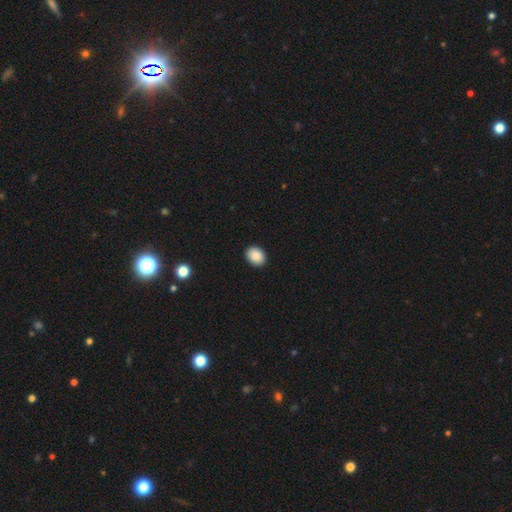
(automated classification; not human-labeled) A smooth galaxy with no disk features (89%) that is in between round and cigar-shaped (63%).

Vote fractions:
- Smooth or featured? smooth: 89% / star or artifact: 8% / featured or disk: 3%
- How rounded? in between: 63% / round: 36% / cigar-shaped: 1%
- Merging? none: 92% / minor disturbance: 6% / major disturbance: 2% / merger: 1%